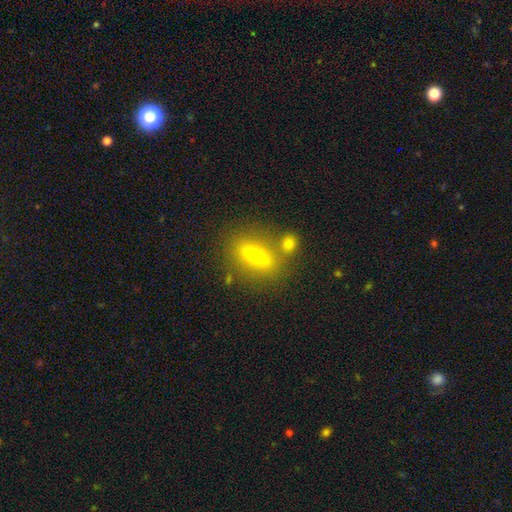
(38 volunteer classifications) Q: Smooth or featured?
A: smooth (53%); runner-up: featured or disk (42%)
Q: How rounded?
A: cigar-shaped (50%); runner-up: in between (40%)
Q: Merging?
A: none (75%); runner-up: merger (14%)